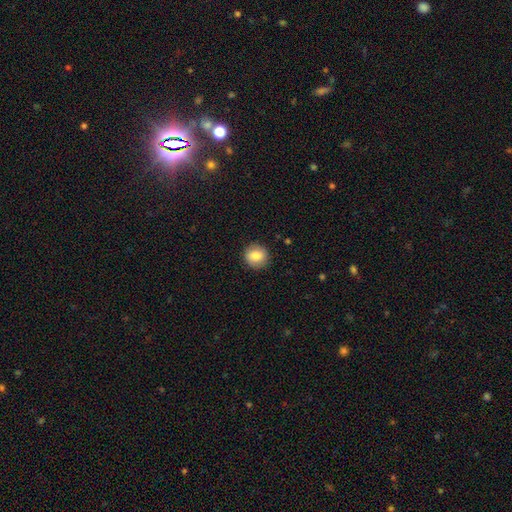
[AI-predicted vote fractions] This appears to be a smooth galaxy with no disk features (85%) that is round (90%). Merging: none (89%).